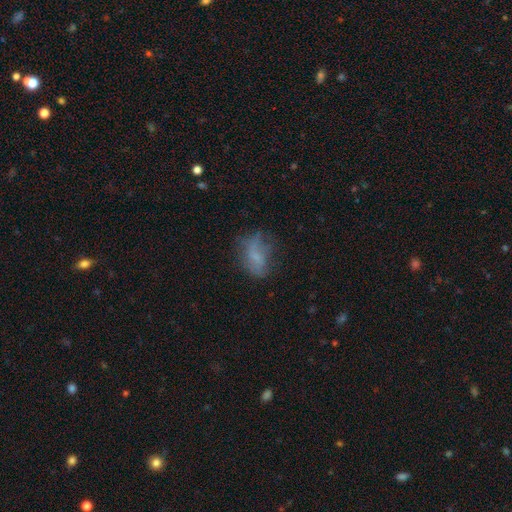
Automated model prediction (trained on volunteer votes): A smooth galaxy with no disk features (58%) that is in between round and cigar-shaped (80%).

Vote fractions:
- Smooth or featured? smooth: 58% / featured or disk: 29% / star or artifact: 12%
- How rounded? in between: 80% / round: 15% / cigar-shaped: 4%
- Merging? none: 48% / minor disturbance: 28% / major disturbance: 21% / merger: 2%